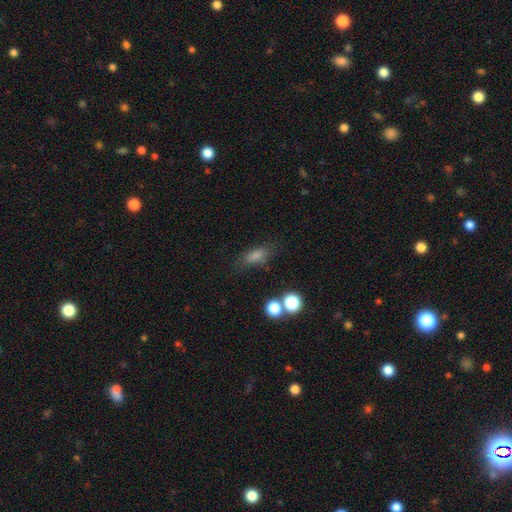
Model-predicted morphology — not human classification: Smooth or featured? Predicted: smooth (p=0.72). How rounded? Predicted: in between (p=0.60). Merging? Predicted: none (p=0.72).